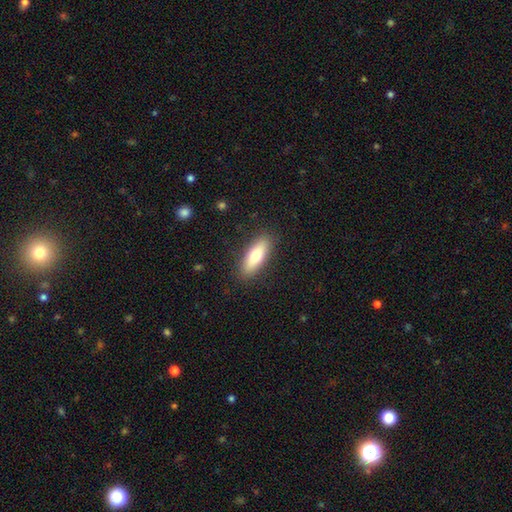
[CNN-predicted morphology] Overall: smooth (70%). How rounded: in between (58%; cigar-shaped 39%). Merging: none (88%).